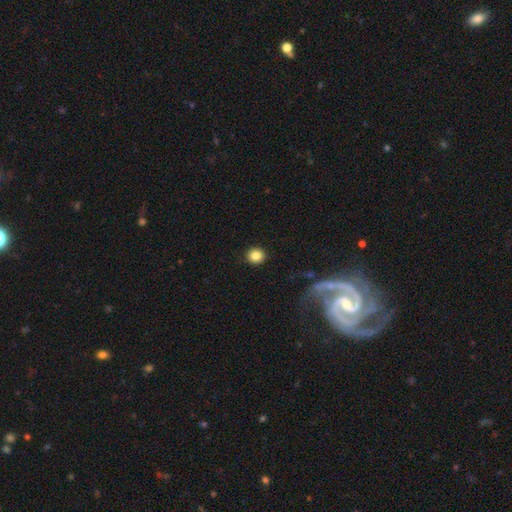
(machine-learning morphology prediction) Q: Smooth or featured?
A: smooth (85%); runner-up: star or artifact (10%)
Q: How rounded?
A: round (87%); runner-up: in between (12%)
Q: Merging?
A: none (91%); runner-up: minor disturbance (6%)